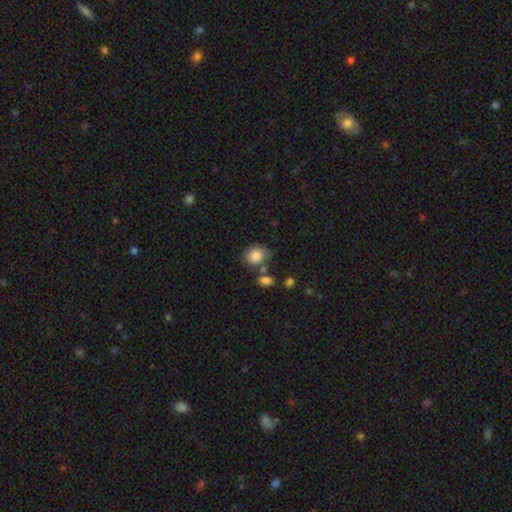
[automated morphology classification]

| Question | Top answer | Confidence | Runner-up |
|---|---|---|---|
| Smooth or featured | smooth | 82% | featured or disk (10%) |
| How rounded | round | 59% | in between (40%) |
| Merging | none | 60% | minor disturbance (21%) |